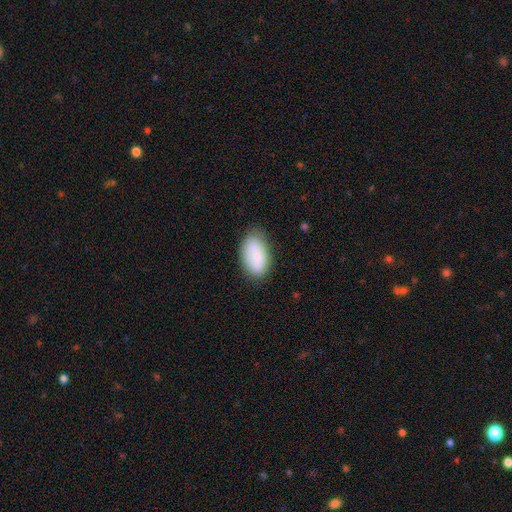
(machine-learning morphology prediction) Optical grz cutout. It shows a smooth galaxy with no disk features (75%) that is in between round and cigar-shaped (93%). Merging: none (75%).